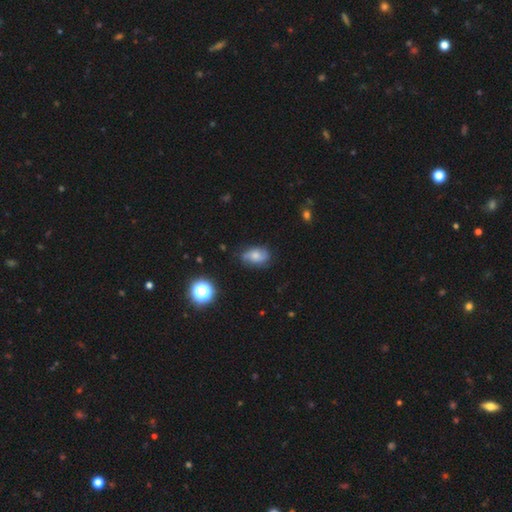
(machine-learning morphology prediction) smooth_or_featured: smooth (p=0.53) [alt: featured or disk p=0.35]
how_rounded: in between (p=0.83) [alt: round p=0.15]
merging: none (p=0.66) [alt: minor disturbance p=0.26]